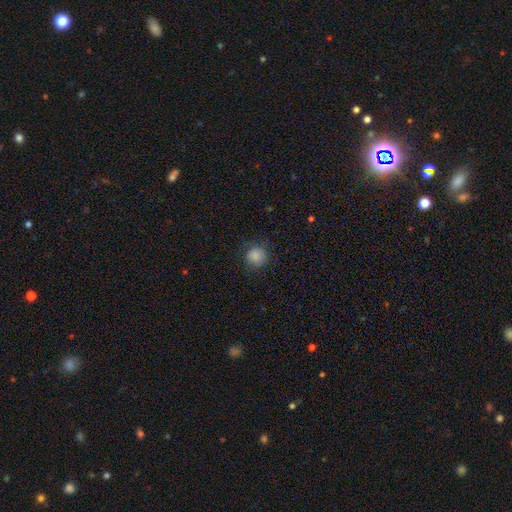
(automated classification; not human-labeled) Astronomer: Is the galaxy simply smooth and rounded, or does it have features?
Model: smooth — 85%.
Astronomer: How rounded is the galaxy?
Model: round — 91%.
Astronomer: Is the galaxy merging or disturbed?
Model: none — 81%.